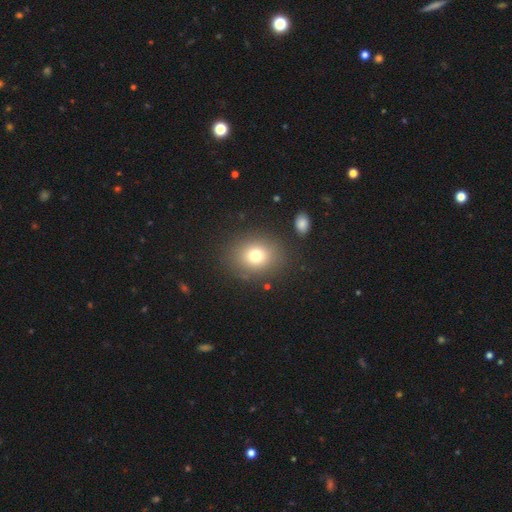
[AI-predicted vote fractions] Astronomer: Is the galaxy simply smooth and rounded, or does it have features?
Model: smooth — 75%.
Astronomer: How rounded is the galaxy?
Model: round — 64%.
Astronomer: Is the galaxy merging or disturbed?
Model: none — 84%.